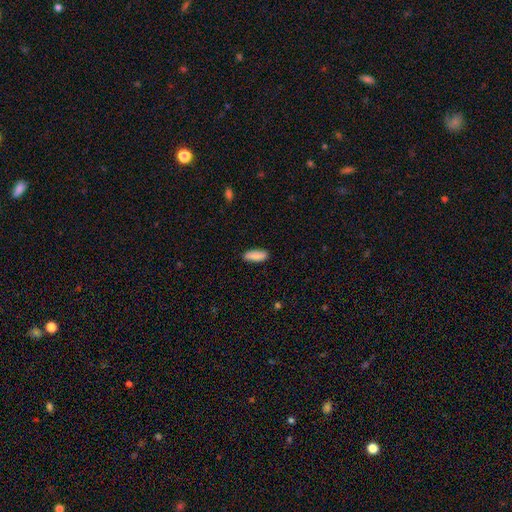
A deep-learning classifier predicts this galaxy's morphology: Overall: smooth (88%). How rounded: in between (74%). Merging: none (87%).